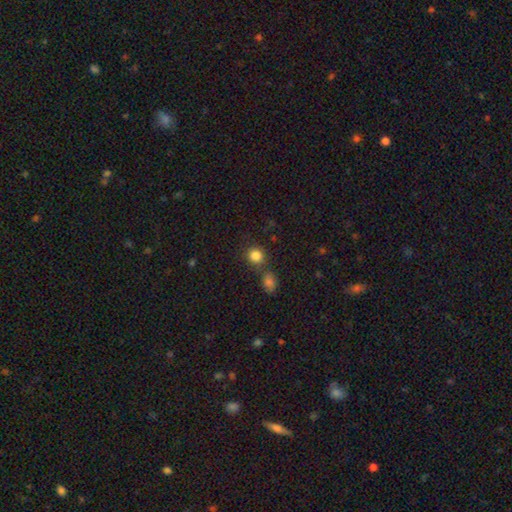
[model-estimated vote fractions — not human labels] smooth_or_featured: smooth (p=0.83) [alt: star or artifact p=0.12]
how_rounded: round (p=0.87) [alt: in between p=0.12]
merging: none (p=0.67) [alt: merger p=0.20]